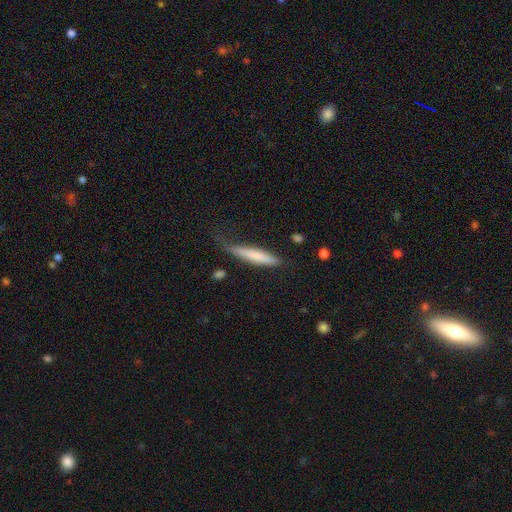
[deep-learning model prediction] Smooth or featured? Predicted: smooth (p=0.73). How rounded? Predicted: cigar-shaped (p=0.89). Merging? Predicted: none (p=0.50).